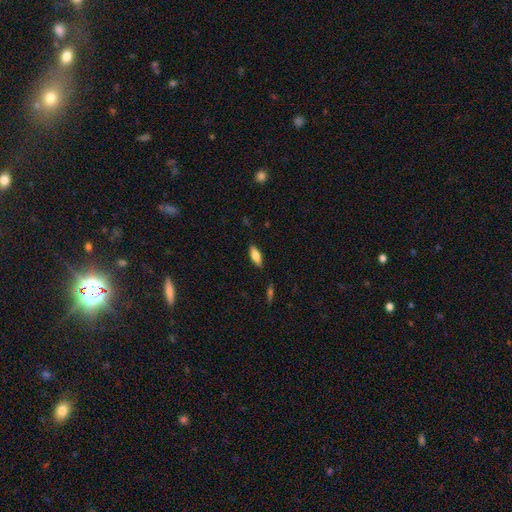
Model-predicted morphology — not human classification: This is clearly a smooth galaxy (80%). How rounded: likely in between (71%). Merging: clearly none (87%).